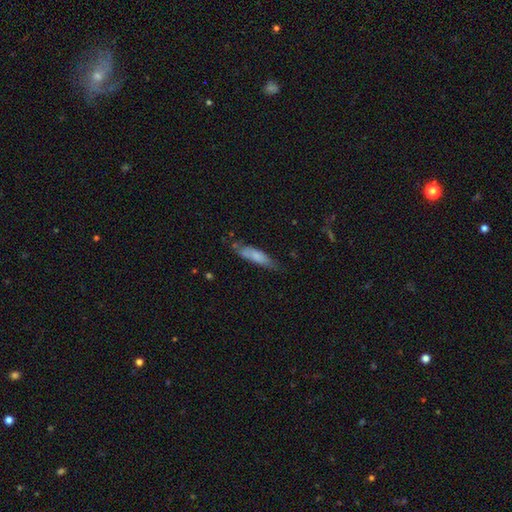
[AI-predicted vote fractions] Smooth or featured? Predicted: smooth (p=0.70). How rounded? Predicted: cigar-shaped (p=0.62). Merging? Predicted: none (p=0.59).